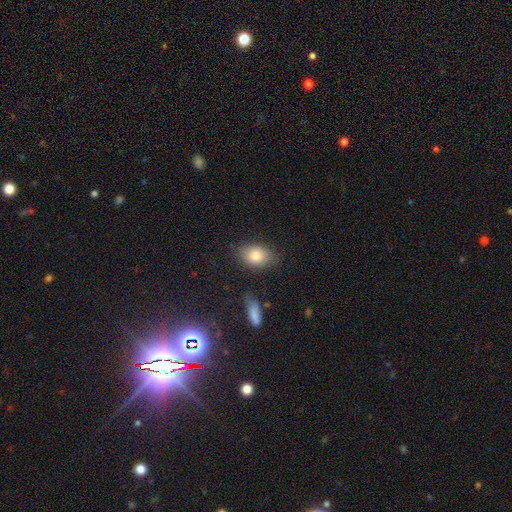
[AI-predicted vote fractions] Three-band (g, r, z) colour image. It shows a smooth galaxy with no disk features (81%) that is in between round and cigar-shaped (85%). Merging: none (80%).